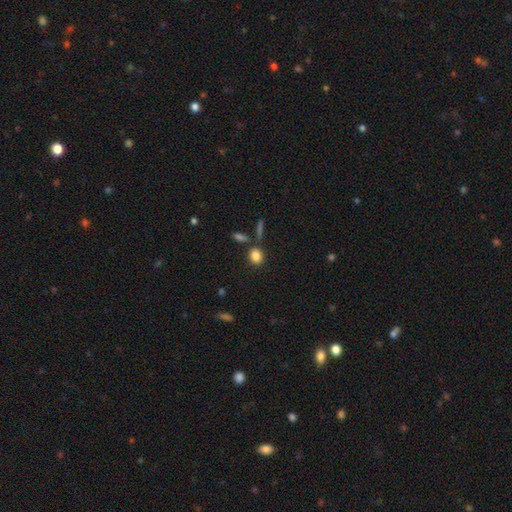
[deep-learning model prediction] Q: Smooth or featured?
A: smooth (84%); runner-up: star or artifact (9%)
Q: How rounded?
A: round (49%); runner-up: in between (48%)
Q: Merging?
A: none (73%); runner-up: merger (12%)